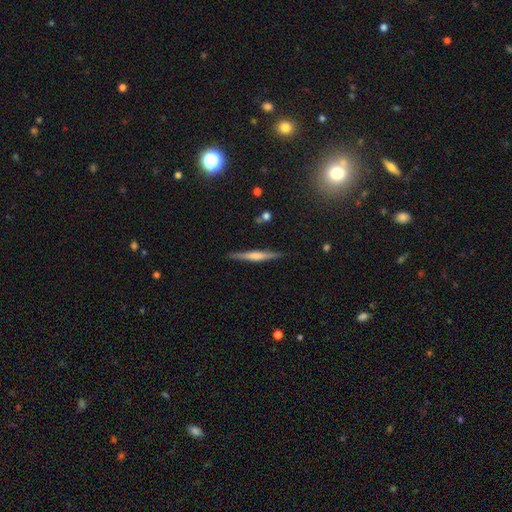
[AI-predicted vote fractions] This appears to be a featured or disk galaxy (65%) viewed edge-on (97%) with a rounded central bulge (58%). Merging: none (89%).